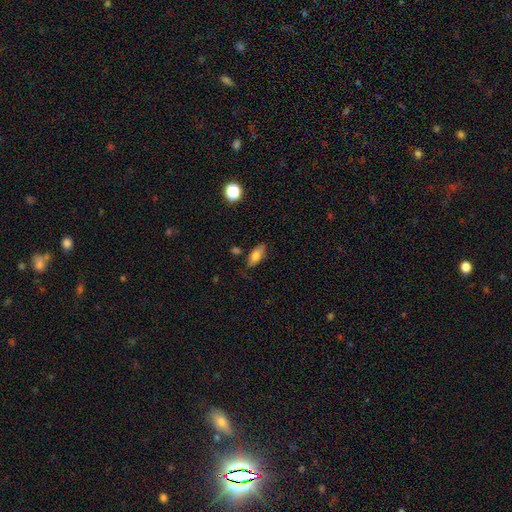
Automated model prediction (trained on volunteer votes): Q: Smooth or featured?
A: smooth (76%); runner-up: featured or disk (16%)
Q: How rounded?
A: in between (83%); runner-up: cigar-shaped (14%)
Q: Merging?
A: none (72%); runner-up: minor disturbance (20%)